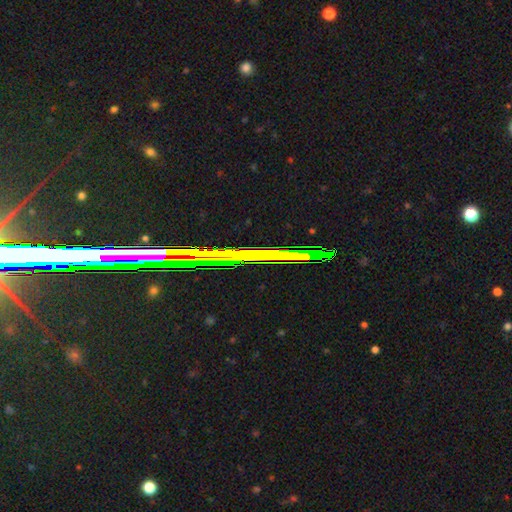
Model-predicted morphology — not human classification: Smooth or featured? Predicted: star or artifact (p=0.66).